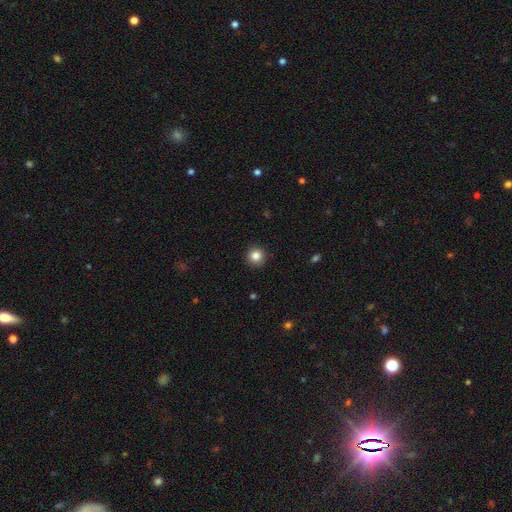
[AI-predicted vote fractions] Smooth or featured: smooth — 84% (star or artifact — 10%)
How rounded: round — 95% (in between — 4%)
Merging: none — 92% (minor disturbance — 5%)